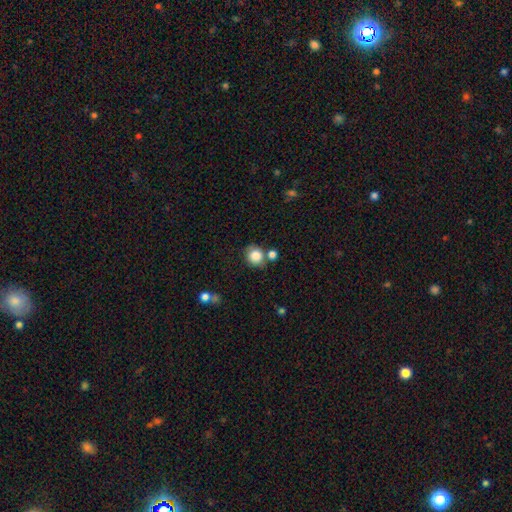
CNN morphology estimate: Smooth or featured?
  - smooth: 84% *
  - star or artifact: 9%
  - featured or disk: 7%
How rounded?
  - round: 82% *
  - in between: 17%
  - cigar-shaped: 1%
Merging?
  - none: 63% *
  - merger: 17%
  - minor disturbance: 14%
  - major disturbance: 5%